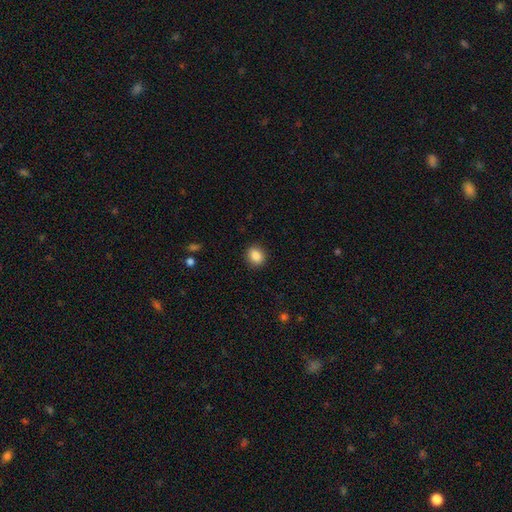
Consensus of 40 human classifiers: A smooth galaxy with no disk features (98%) that is round (64%). Merging: none (95%).